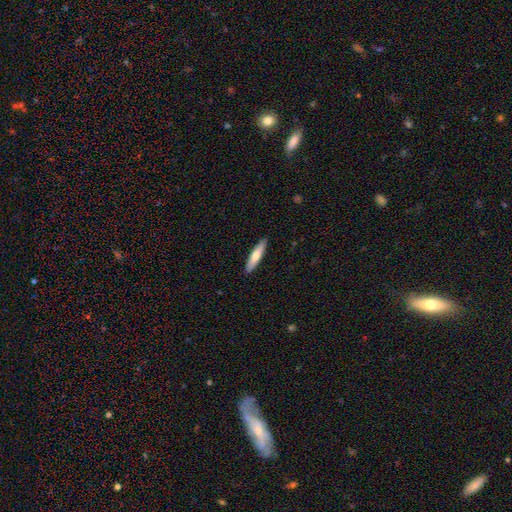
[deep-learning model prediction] Overall: smooth (65%; featured or disk 30%). How rounded: cigar-shaped (85%). Merging: none (91%).